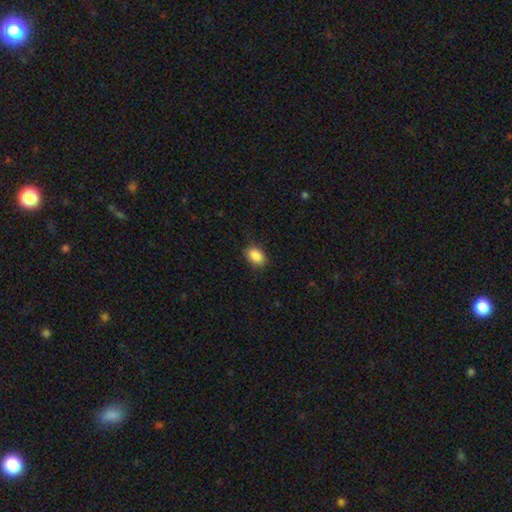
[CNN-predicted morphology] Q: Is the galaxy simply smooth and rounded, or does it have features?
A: smooth — 88%.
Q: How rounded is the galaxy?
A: in between — 82%.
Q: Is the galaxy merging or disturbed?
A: none — 84%.